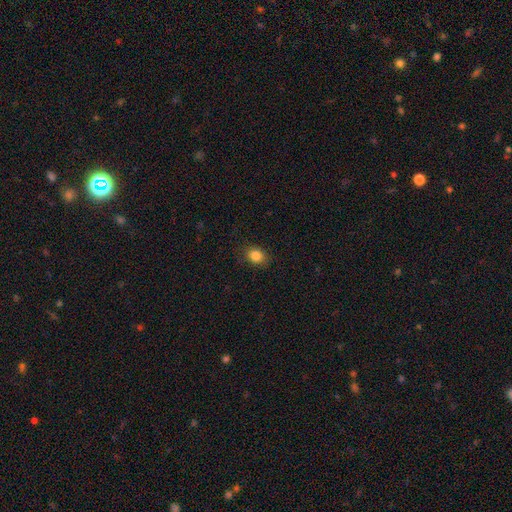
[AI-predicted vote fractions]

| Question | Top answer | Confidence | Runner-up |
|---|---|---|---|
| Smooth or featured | smooth | 85% | star or artifact (10%) |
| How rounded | round | 50% | in between (49%) |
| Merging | none | 86% | minor disturbance (11%) |